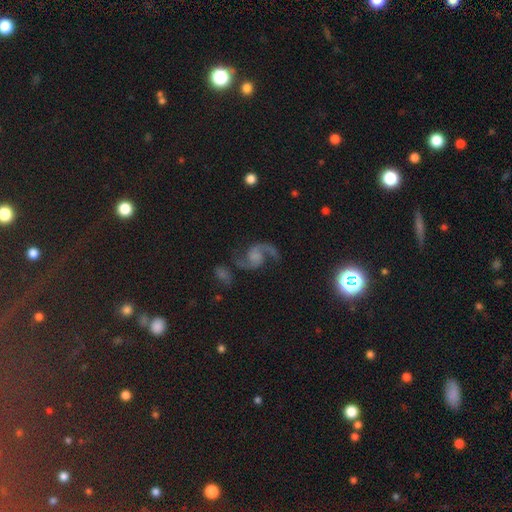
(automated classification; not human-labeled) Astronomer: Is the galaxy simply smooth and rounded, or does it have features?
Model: featured or disk — 88%.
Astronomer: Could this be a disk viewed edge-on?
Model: no — 98%.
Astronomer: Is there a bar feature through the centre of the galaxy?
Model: no — 59%.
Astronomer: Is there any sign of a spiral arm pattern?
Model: yes — 98%.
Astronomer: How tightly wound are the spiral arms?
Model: loose — 54% (runner-up: medium, 39%).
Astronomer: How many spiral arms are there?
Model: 2 — 93%.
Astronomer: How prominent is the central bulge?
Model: none — 42% (runner-up: small, 26%).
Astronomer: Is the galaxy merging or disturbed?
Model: none — 72%.